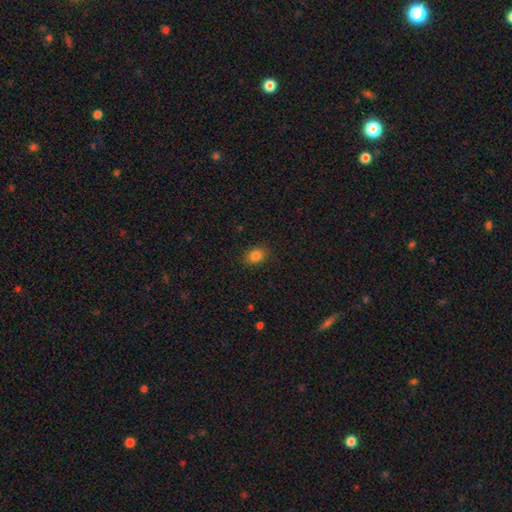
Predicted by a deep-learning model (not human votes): A smooth galaxy with no disk features (83%) that is in between round and cigar-shaped (60%). Merging: none (87%).